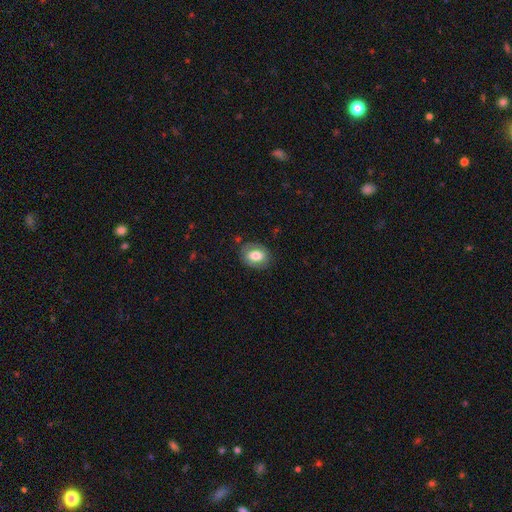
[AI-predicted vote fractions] Smooth or featured?
  - smooth: 70% *
  - featured or disk: 23%
  - star or artifact: 8%
How rounded?
  - in between: 67% *
  - round: 32%
  - cigar-shaped: 1%
Merging?
  - none: 79% *
  - minor disturbance: 15%
  - major disturbance: 5%
  - merger: 1%